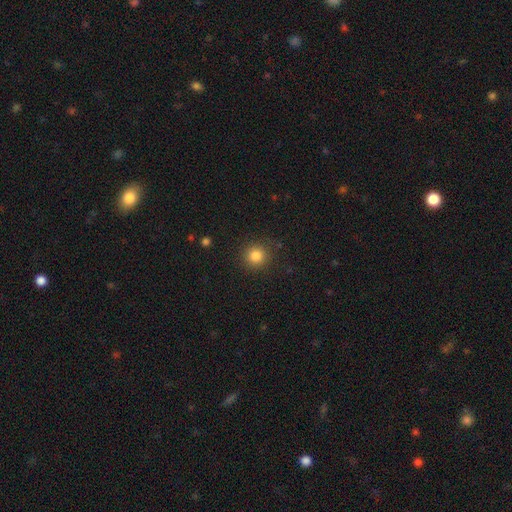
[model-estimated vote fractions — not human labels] smooth 83%, star or artifact 12%, featured or disk 5%. Down the decision tree: how rounded — round (92%); merging — none (89%).